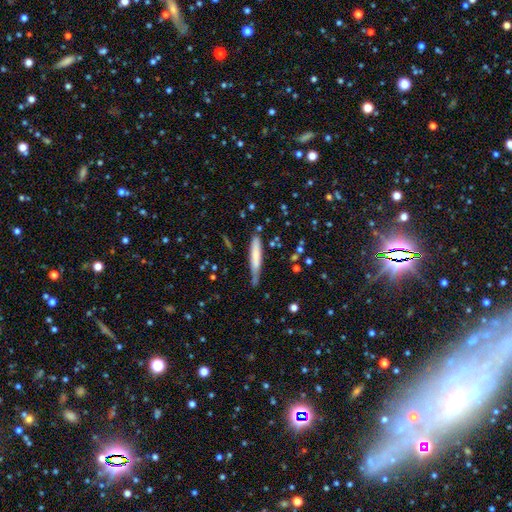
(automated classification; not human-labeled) A smooth galaxy with no disk features (67%) that is cigar-shaped (90%). Merging: none (61%).